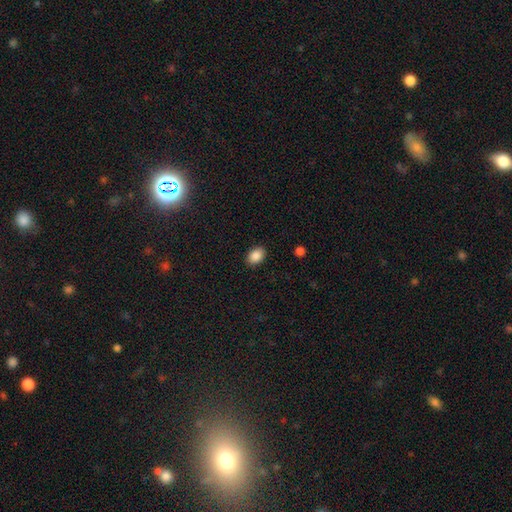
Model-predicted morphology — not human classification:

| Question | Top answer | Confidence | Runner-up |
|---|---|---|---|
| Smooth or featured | smooth | 88% | star or artifact (8%) |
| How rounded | in between | 84% | round (15%) |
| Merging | none | 89% | minor disturbance (8%) |